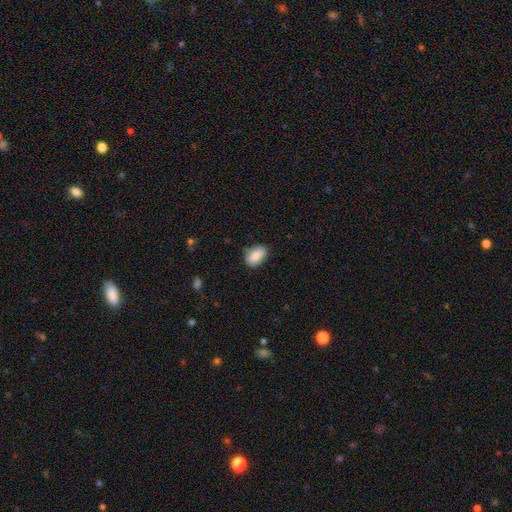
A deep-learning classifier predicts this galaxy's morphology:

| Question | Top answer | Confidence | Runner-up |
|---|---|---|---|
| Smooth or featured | smooth | 86% | star or artifact (7%) |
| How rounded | in between | 89% | round (10%) |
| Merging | none | 78% | minor disturbance (18%) |